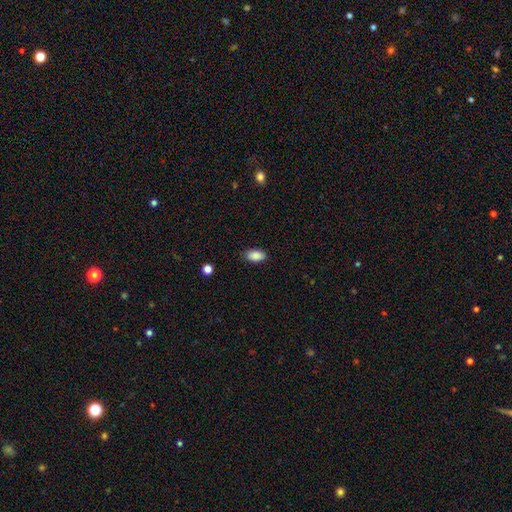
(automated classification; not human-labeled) Smooth or featured? smooth (88%)
How rounded? in between (93%)
Merging? none (83%)